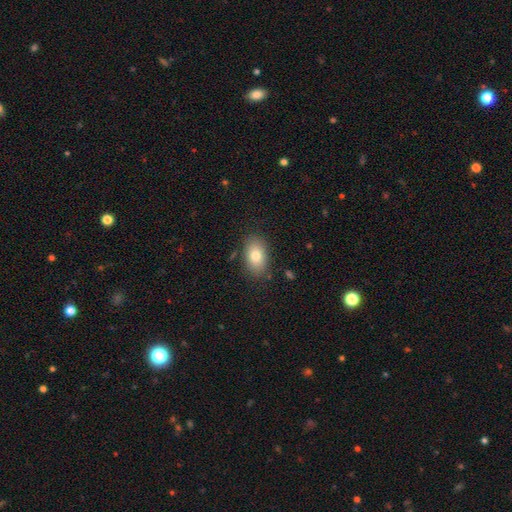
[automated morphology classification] Smooth or featured: smooth — 80% (featured or disk — 12%)
How rounded: in between — 88% (round — 10%)
Merging: none — 84% (minor disturbance — 11%)